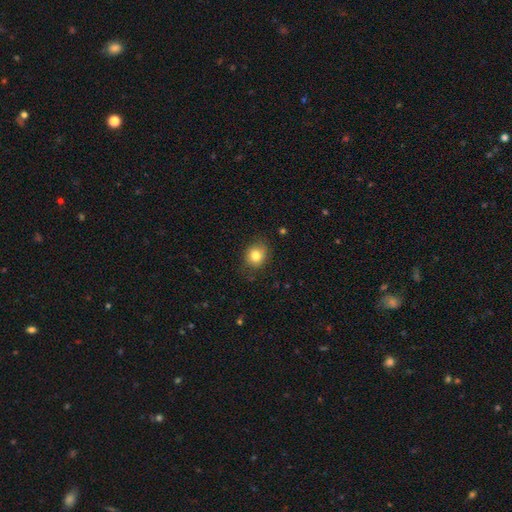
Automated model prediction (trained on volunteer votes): This appears to be a smooth galaxy with no disk features (82%) that is round (72%). Merging: none (80%).